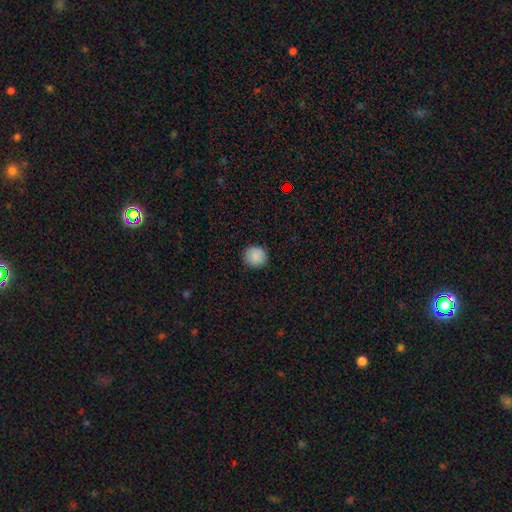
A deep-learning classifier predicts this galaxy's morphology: Smooth or featured? Predicted: smooth (p=0.88). How rounded? Predicted: round (p=0.93). Merging? Predicted: none (p=0.91).